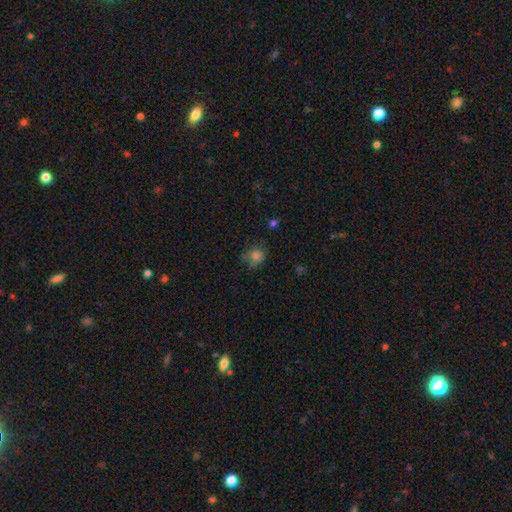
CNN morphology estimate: smooth_or_featured: smooth (p=0.75) [alt: star or artifact p=0.14]
how_rounded: round (p=0.70) [alt: in between p=0.29]
merging: none (p=0.57) [alt: minor disturbance p=0.25]